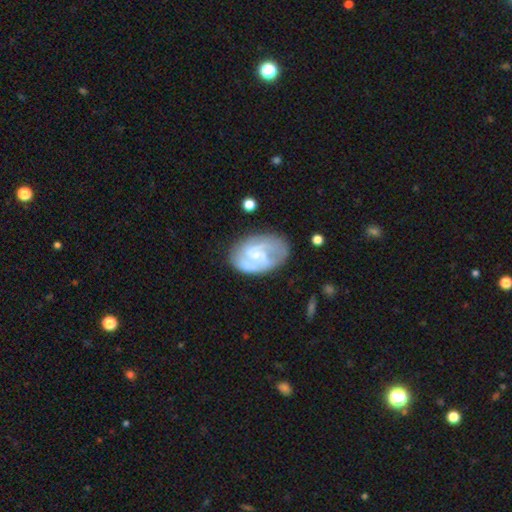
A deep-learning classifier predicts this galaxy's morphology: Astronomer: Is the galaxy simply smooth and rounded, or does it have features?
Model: featured or disk — 75%.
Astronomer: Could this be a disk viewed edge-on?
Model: no — 97%.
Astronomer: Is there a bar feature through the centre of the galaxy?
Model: no — 47% (runner-up: weak, 44%).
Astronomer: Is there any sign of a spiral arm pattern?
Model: yes — 88%.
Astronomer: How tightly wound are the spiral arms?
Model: medium — 45% (runner-up: tight, 37%).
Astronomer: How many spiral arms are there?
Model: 2 — 45% (runner-up: can't tell, 26%).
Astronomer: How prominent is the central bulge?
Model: small — 62%.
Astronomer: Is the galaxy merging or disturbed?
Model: none — 63%.